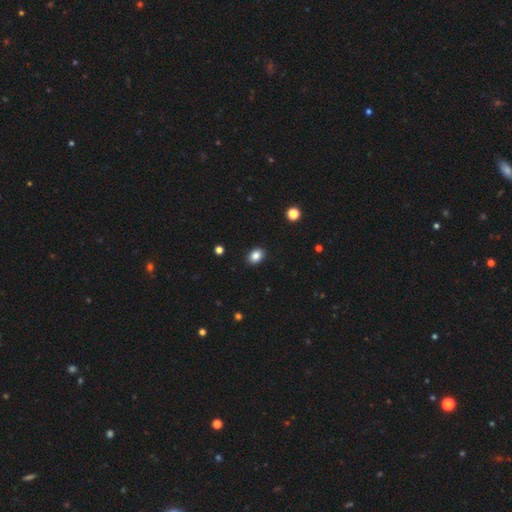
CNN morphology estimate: The model was most divided on "how rounded": in between: 67%, round: 33%, cigar-shaped: 1%. More confident: merging — none (90%); smooth or featured — smooth (86%).